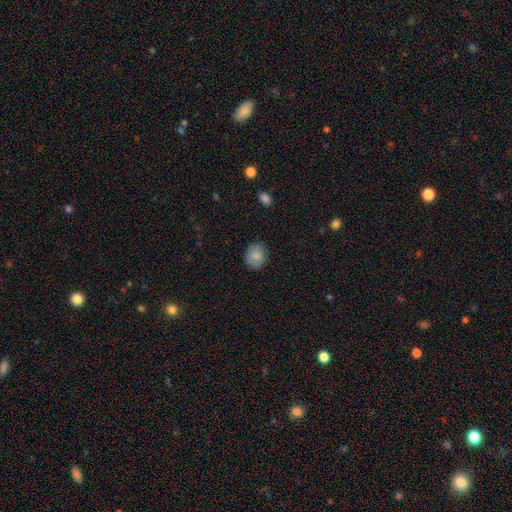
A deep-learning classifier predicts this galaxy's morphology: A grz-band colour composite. It shows a smooth galaxy with no disk features (84%) that is round (58%). Merging: none (81%).